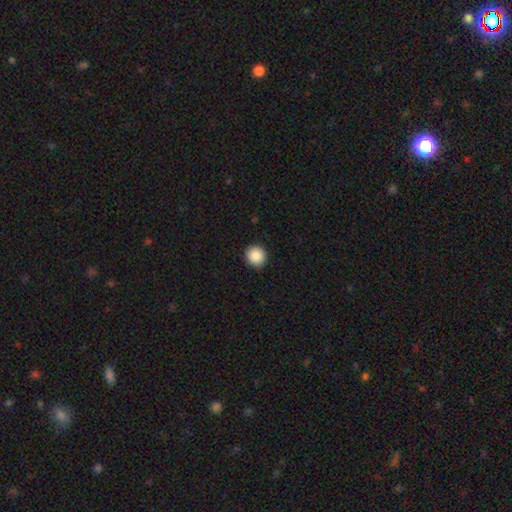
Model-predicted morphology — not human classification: Smooth or featured? Predicted: smooth (p=0.88). How rounded? Predicted: round (p=0.92). Merging? Predicted: none (p=0.92).